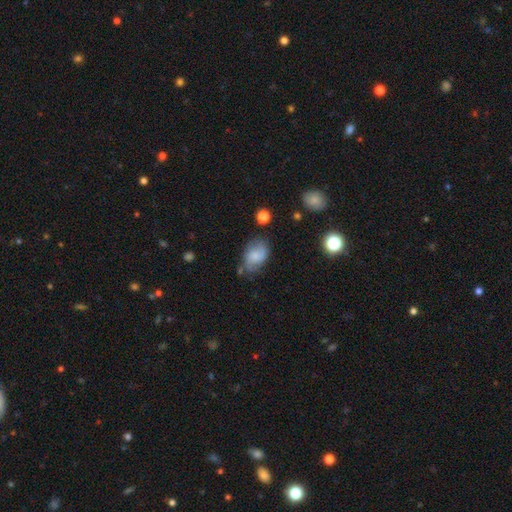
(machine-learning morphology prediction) Smooth or featured? Predicted: smooth (p=0.57). How rounded? Predicted: in between (p=0.81). Merging? Predicted: none (p=0.60).